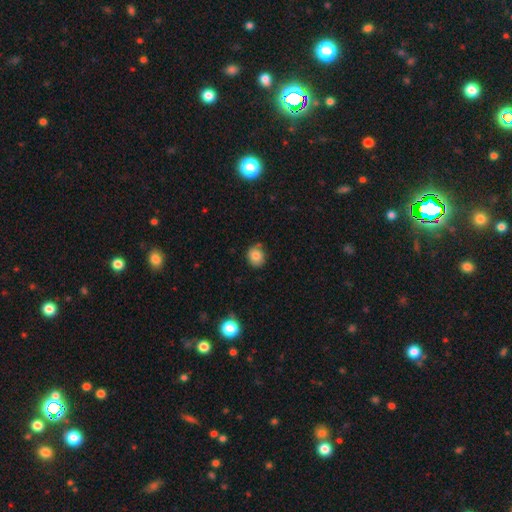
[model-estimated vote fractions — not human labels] A smooth galaxy with no disk features (81%) that is round (71%).

Vote fractions:
- Smooth or featured? smooth: 81% / star or artifact: 11% / featured or disk: 8%
- How rounded? round: 71% / in between: 28% / cigar-shaped: 1%
- Merging? none: 78% / minor disturbance: 16% / merger: 3% / major disturbance: 3%